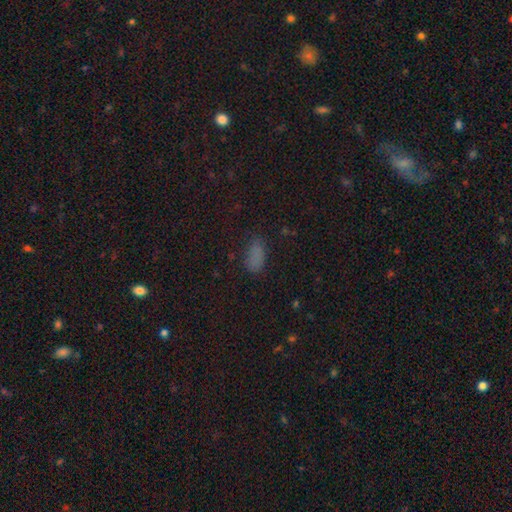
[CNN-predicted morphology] A smooth galaxy with no disk features (78%) that is in between round and cigar-shaped (91%).

Vote fractions:
- Smooth or featured? smooth: 78% / star or artifact: 17% / featured or disk: 6%
- How rounded? in between: 91% / cigar-shaped: 6% / round: 4%
- Merging? none: 72% / minor disturbance: 20% / major disturbance: 7% / merger: 2%